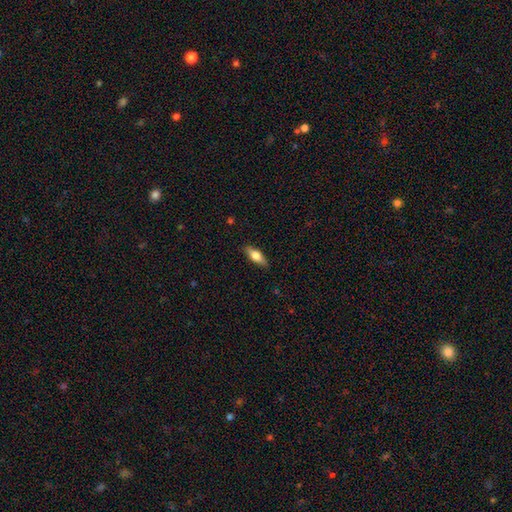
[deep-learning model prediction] smooth_or_featured: smooth (p=0.66) [alt: featured or disk p=0.27]
how_rounded: in between (p=0.62) [alt: cigar-shaped p=0.35]
merging: none (p=0.87) [alt: minor disturbance p=0.10]